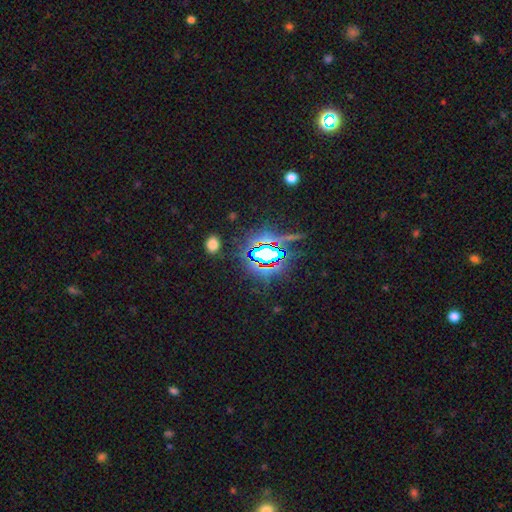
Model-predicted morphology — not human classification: The model was most divided on "smooth or featured": star or artifact: 81%, smooth: 10%, featured or disk: 8%.